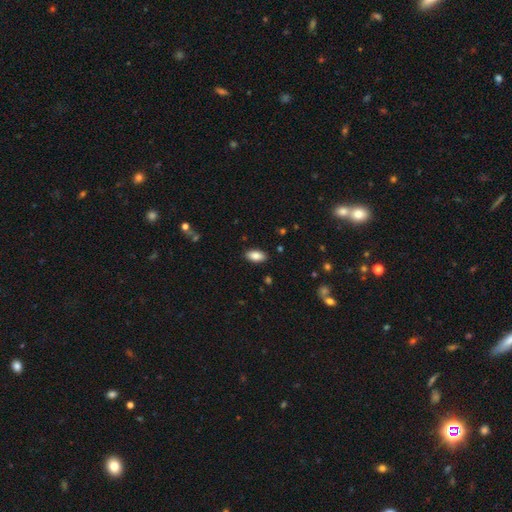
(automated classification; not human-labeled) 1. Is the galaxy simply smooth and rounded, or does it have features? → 87% smooth, 7% star or artifact, 6% featured or disk.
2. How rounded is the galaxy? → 92% in between, 5% cigar-shaped, 3% round.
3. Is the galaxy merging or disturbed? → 89% none, 8% minor disturbance, 2% major disturbance, 1% merger.